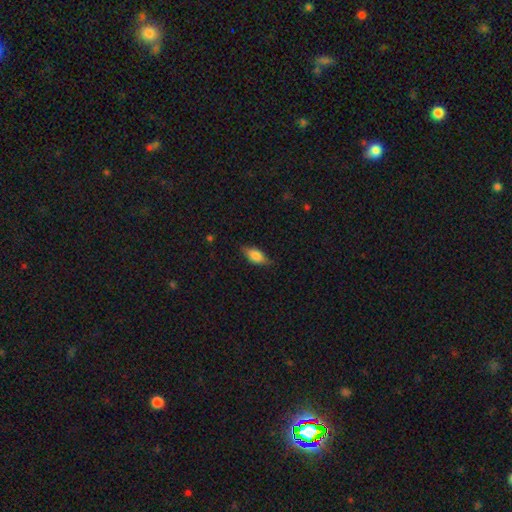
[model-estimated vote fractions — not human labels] The model was most divided on "smooth or featured": smooth: 73%, featured or disk: 20%, star or artifact: 7%. More confident: how rounded — in between (81%); merging — none (79%).